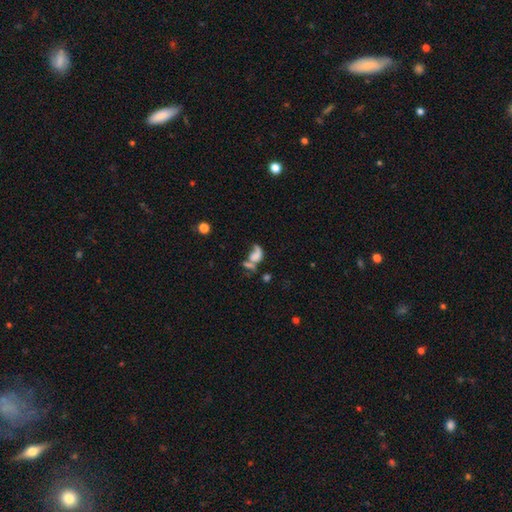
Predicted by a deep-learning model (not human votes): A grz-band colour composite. It shows a smooth galaxy with no disk features (47%). Merging: merger (43%).